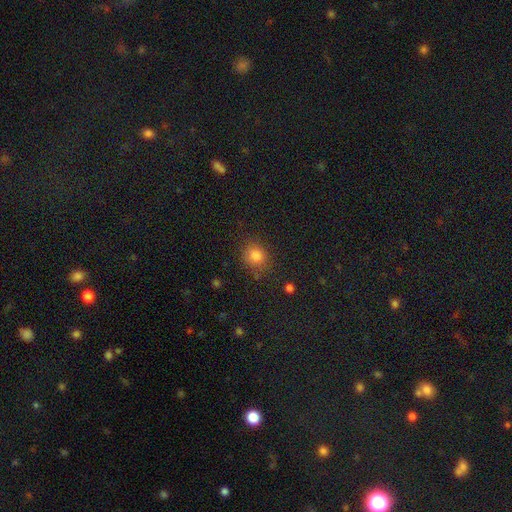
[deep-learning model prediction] Smooth or featured? smooth (83%)
How rounded? round (76%)
Merging? none (80%)